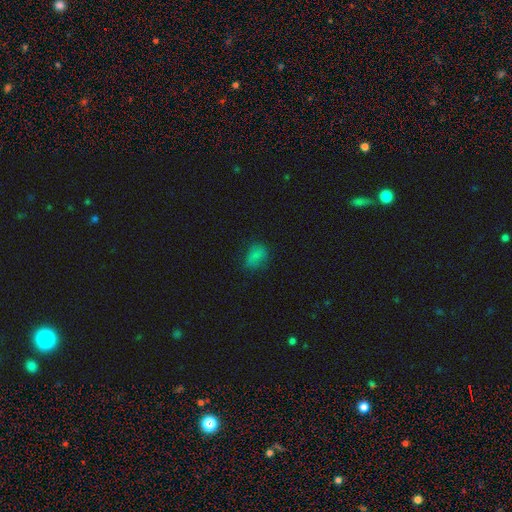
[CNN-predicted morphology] Smooth or featured? Predicted: smooth (p=0.72). How rounded? Predicted: in between (p=0.73). Merging? Predicted: none (p=0.59).